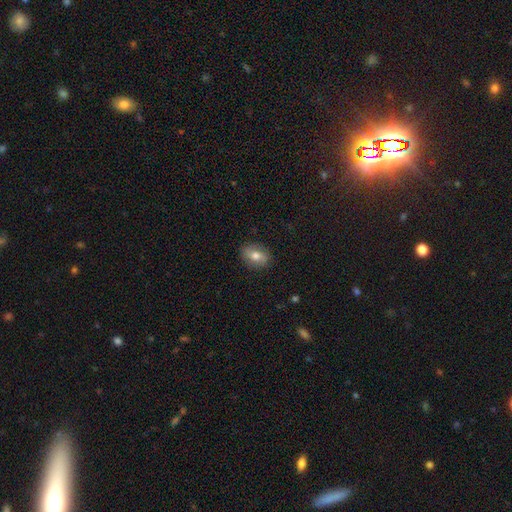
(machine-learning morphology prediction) type=smooth (67%); roundness=in between (69%); merging=none (85%).